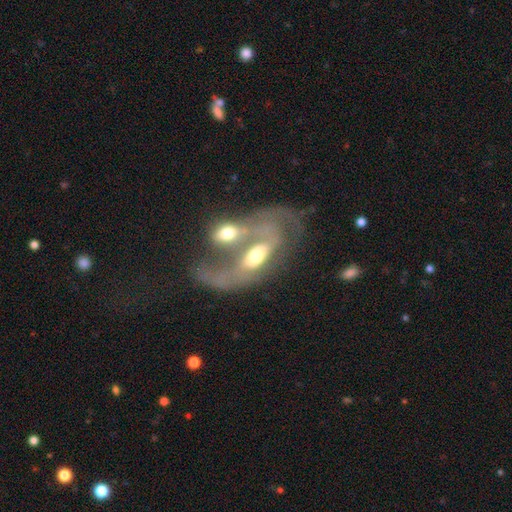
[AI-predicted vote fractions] A featured or disk galaxy (61%) with no bar (64%), spiral arms (55%) and a moderate central bulge (57%). Merging: merger (73%).